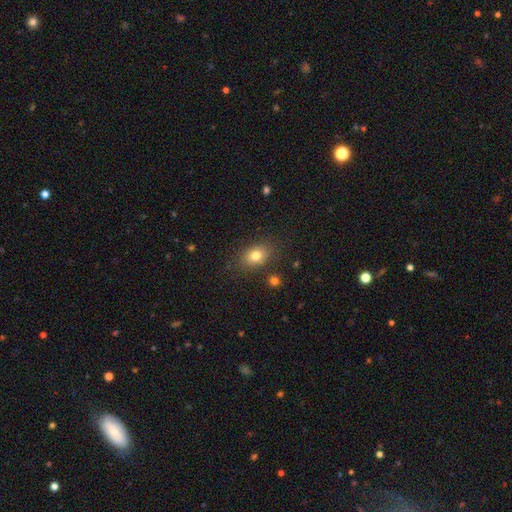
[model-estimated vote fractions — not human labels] Smooth or featured: smooth — 78% (star or artifact — 11%)
How rounded: in between — 73% (round — 25%)
Merging: none — 81% (minor disturbance — 12%)